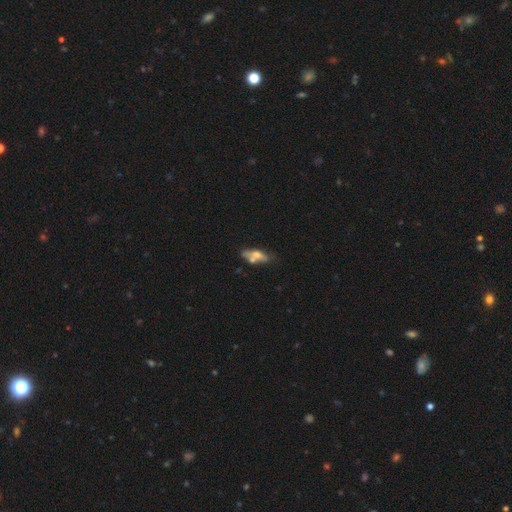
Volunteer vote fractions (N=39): Smooth or featured? smooth (54%)
How rounded? in between (90%)
Merging? none (49%)